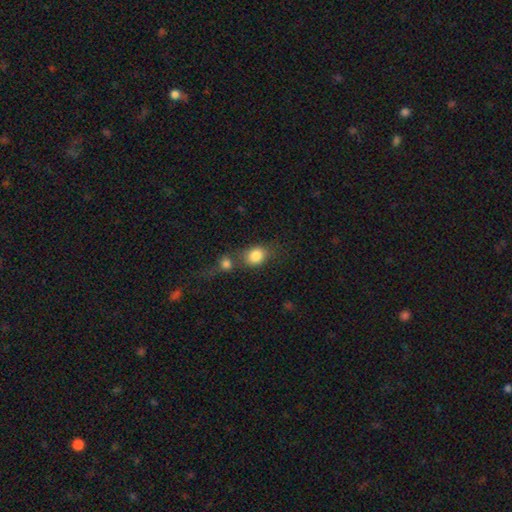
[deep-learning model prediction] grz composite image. It shows a smooth galaxy with no disk features (83%) that is round (53%). Merging: none (42%).